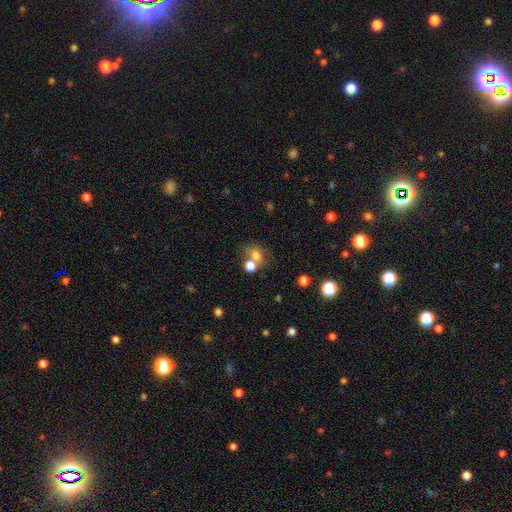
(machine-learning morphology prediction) This is likely a smooth galaxy (72%). How rounded: possibly round (56%). Merging: possibly none (47%).